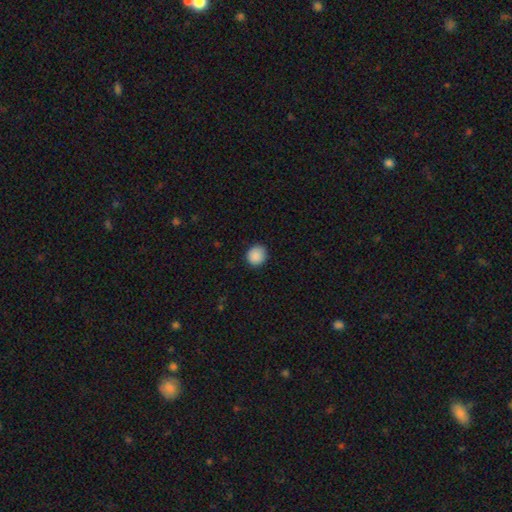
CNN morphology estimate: smooth_or_featured: smooth (p=0.89) [alt: star or artifact p=0.08]
how_rounded: round (p=0.89) [alt: in between p=0.10]
merging: none (p=0.88) [alt: minor disturbance p=0.09]